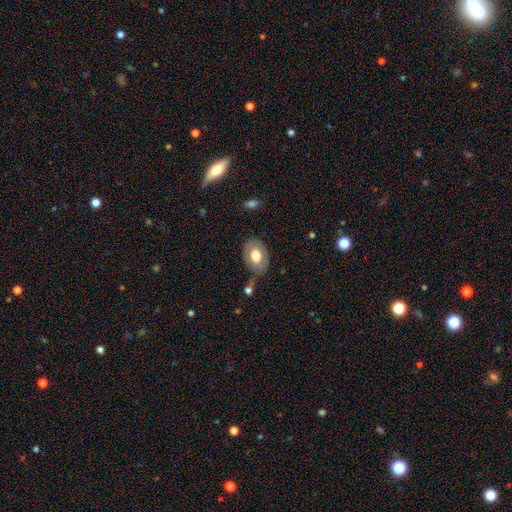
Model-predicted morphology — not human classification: Smooth or featured? smooth (64%)
How rounded? in between (80%)
Merging? none (69%)